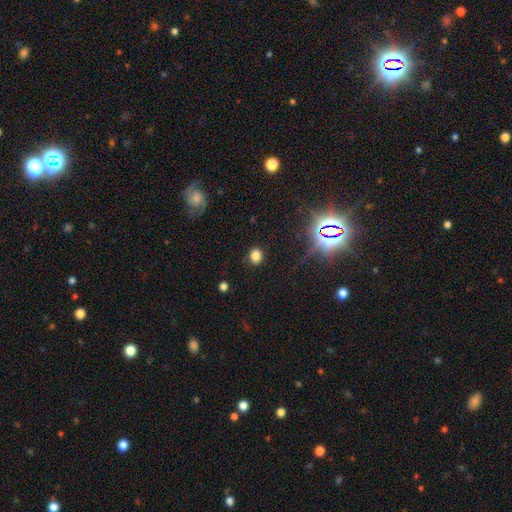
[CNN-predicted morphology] Overall: smooth (76%). How rounded: round (63%; in between 36%). Merging: none (86%).